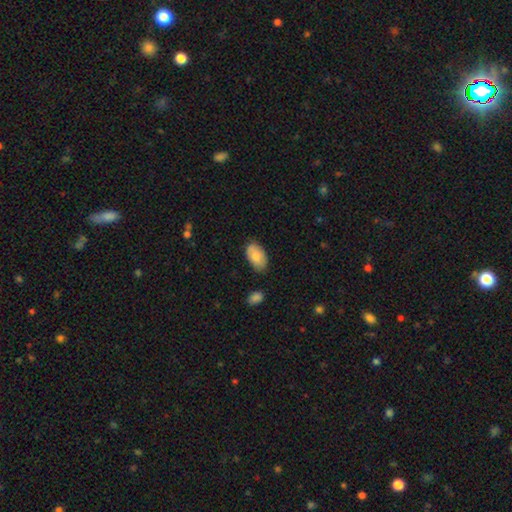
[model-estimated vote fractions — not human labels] Smooth or featured? smooth (81%)
How rounded? in between (94%)
Merging? none (76%)